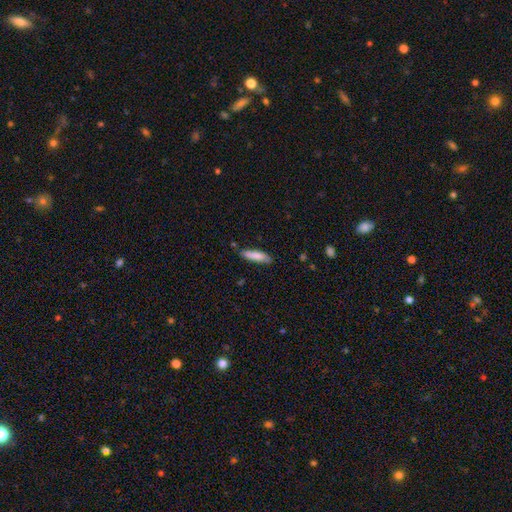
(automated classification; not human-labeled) A smooth galaxy with no disk features (82%) that is cigar-shaped (76%).

Vote fractions:
- Smooth or featured? smooth: 82% / featured or disk: 12% / star or artifact: 6%
- How rounded? cigar-shaped: 76% / in between: 22% / round: 1%
- Merging? none: 78% / minor disturbance: 17% / major disturbance: 3% / merger: 3%